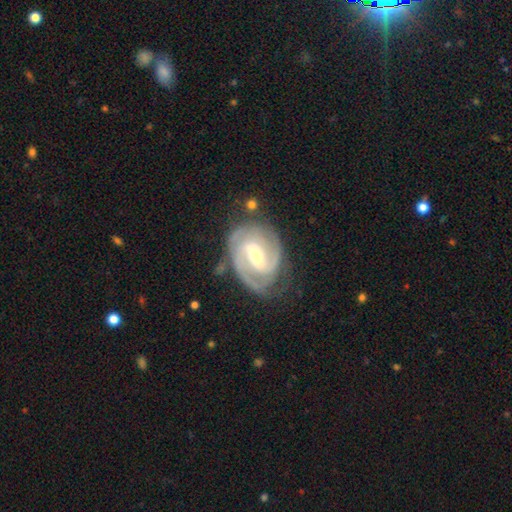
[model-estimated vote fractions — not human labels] Smooth or featured? Predicted: featured or disk (p=0.90). Edge-on disk? Predicted: no (p=0.97). Bar? Predicted: weak (p=0.49). Spiral arms? Predicted: yes (p=0.98). Spiral winding? Predicted: tight (p=0.52). Spiral arm count? Predicted: 2 (p=0.62). Bulge size? Predicted: moderate (p=0.49). Merging? Predicted: none (p=0.71).